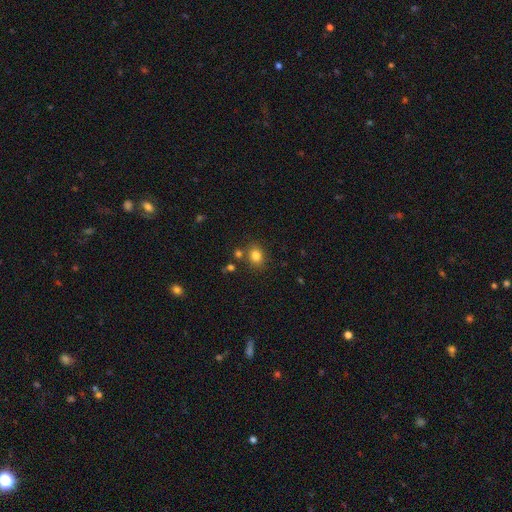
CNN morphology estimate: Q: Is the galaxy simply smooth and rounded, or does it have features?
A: smooth — 82%.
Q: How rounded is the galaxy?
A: round — 62%.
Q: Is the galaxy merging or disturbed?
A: none — 76%.